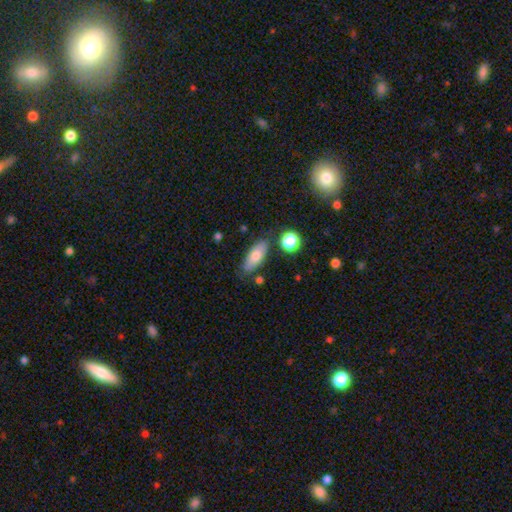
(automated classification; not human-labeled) The model was most divided on "how rounded": in between: 78%, cigar-shaped: 19%, round: 3%. More confident: smooth or featured — smooth (79%); merging — none (77%).